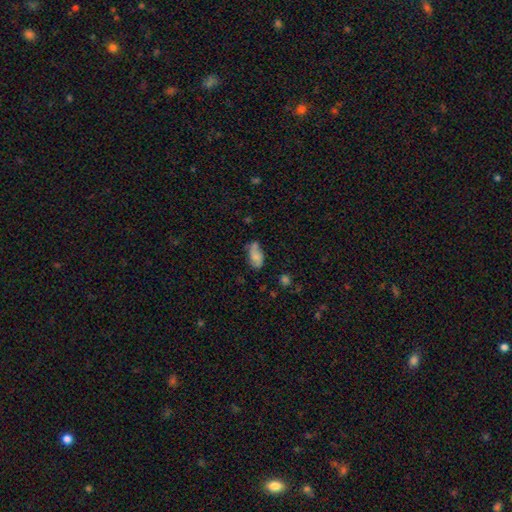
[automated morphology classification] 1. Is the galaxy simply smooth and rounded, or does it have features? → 64% smooth, 27% featured or disk, 9% star or artifact.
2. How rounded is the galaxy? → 90% in between, 6% cigar-shaped, 5% round.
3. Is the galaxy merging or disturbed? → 53% none, 30% minor disturbance, 10% major disturbance, 7% merger.